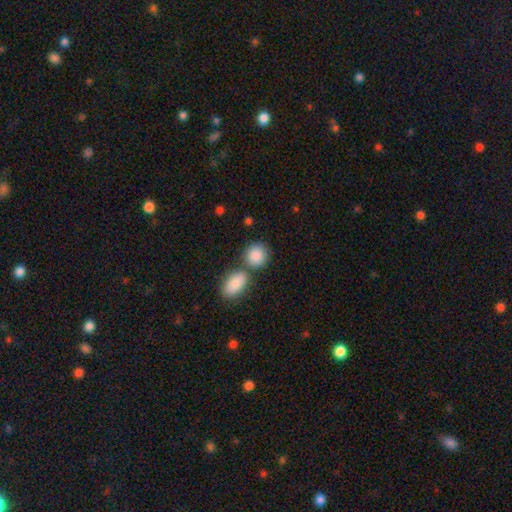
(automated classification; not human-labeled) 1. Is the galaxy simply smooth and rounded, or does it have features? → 88% smooth, 6% star or artifact, 5% featured or disk.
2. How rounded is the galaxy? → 73% round, 25% in between, 2% cigar-shaped.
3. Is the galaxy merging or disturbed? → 61% none, 26% merger, 10% minor disturbance, 4% major disturbance.